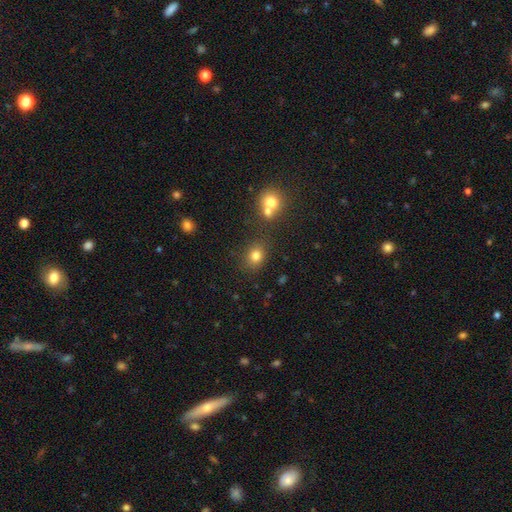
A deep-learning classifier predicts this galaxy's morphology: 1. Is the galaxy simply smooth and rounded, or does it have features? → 78% smooth, 14% star or artifact, 7% featured or disk.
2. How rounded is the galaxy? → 64% round, 35% in between, 1% cigar-shaped.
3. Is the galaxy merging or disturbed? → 76% none, 11% minor disturbance, 10% merger, 4% major disturbance.